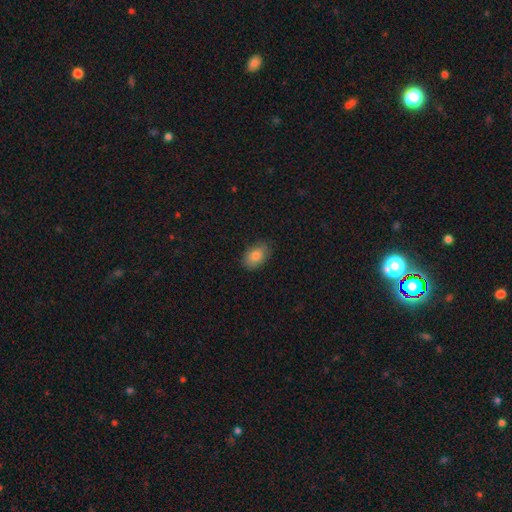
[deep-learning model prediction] Morphology: type=smooth (83%); roundness=in between (86%); merging=none (82%).